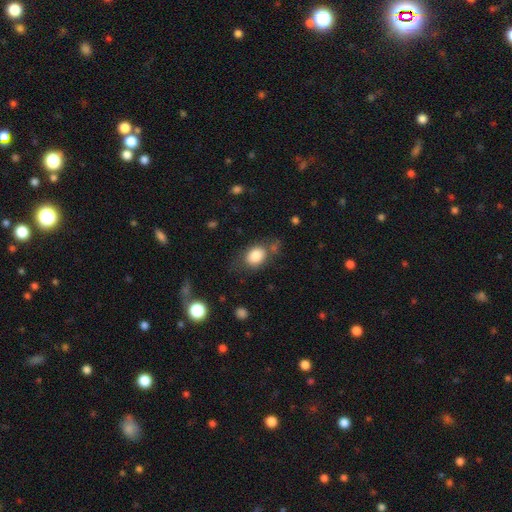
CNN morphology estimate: A smooth galaxy with no disk features (83%) that is in between round and cigar-shaped (65%).

Vote fractions:
- Smooth or featured? smooth: 83% / featured or disk: 8% / star or artifact: 8%
- How rounded? in between: 65% / round: 34% / cigar-shaped: 1%
- Merging? none: 62% / minor disturbance: 21% / major disturbance: 9% / merger: 8%